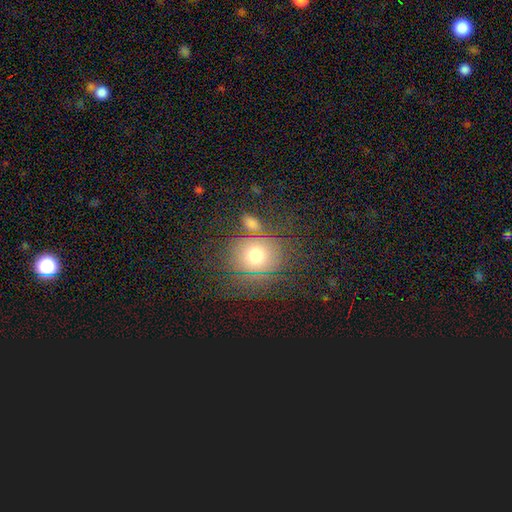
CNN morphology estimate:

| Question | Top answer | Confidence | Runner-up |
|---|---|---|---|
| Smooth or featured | smooth | 68% | featured or disk (17%) |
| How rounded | round | 73% | in between (25%) |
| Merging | none | 65% | minor disturbance (14%) |